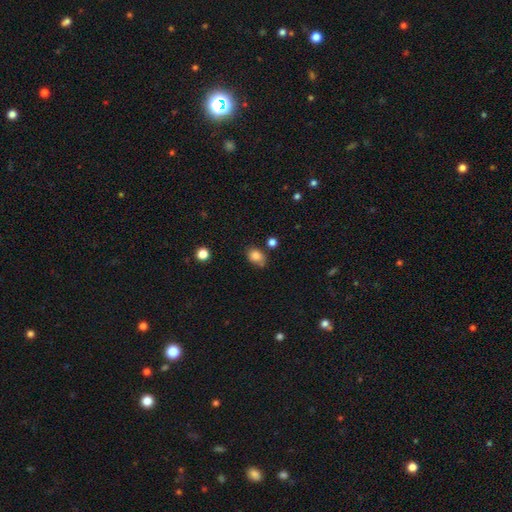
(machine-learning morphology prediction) A smooth galaxy with no disk features (83%) that is in between round and cigar-shaped (64%).

Vote fractions:
- Smooth or featured? smooth: 83% / star or artifact: 11% / featured or disk: 6%
- How rounded? in between: 64% / round: 35% / cigar-shaped: 1%
- Merging? none: 61% / minor disturbance: 26% / merger: 7% / major disturbance: 6%